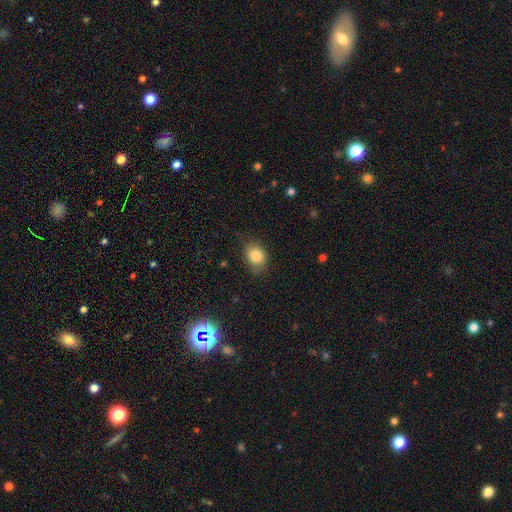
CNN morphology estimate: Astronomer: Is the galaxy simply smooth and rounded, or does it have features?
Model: smooth — 83%.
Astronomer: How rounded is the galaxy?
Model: in between — 64%.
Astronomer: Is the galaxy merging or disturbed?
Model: none — 77%.